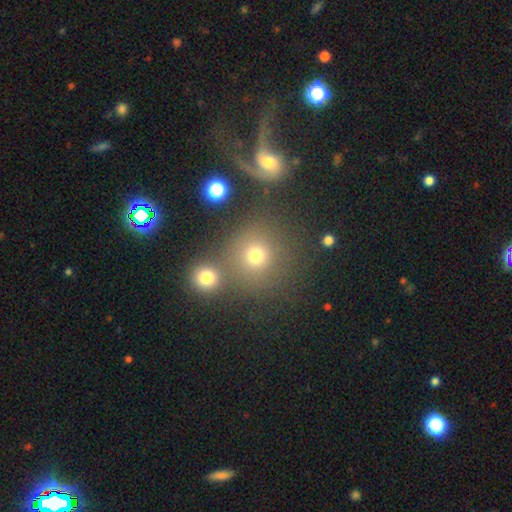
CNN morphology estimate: smooth 73%, star or artifact 18%, featured or disk 10%. Down the decision tree: how rounded — round (89%); merging — none (64%).